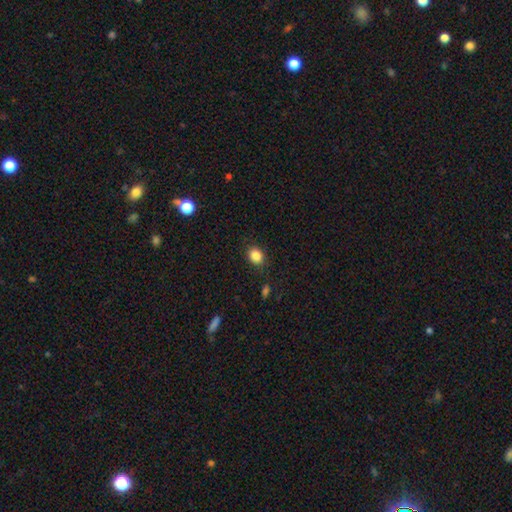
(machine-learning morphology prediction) A smooth galaxy with no disk features (86%) that is in between round and cigar-shaped (52%). Merging: none (85%).